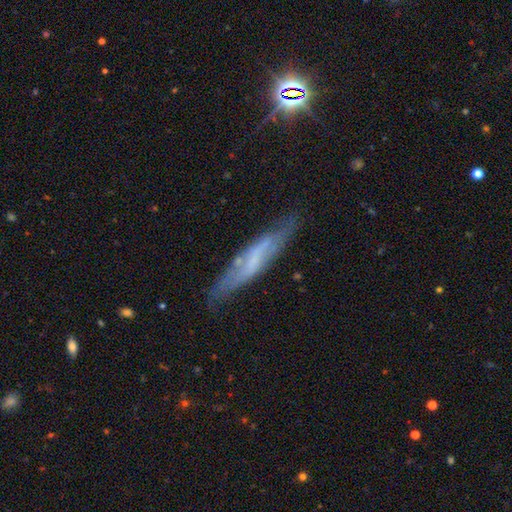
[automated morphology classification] Q: Smooth or featured?
A: featured or disk (58%); runner-up: smooth (30%)
Q: Edge-on disk?
A: yes (65%); runner-up: no (35%)
Q: Merging?
A: none (75%); runner-up: minor disturbance (18%)